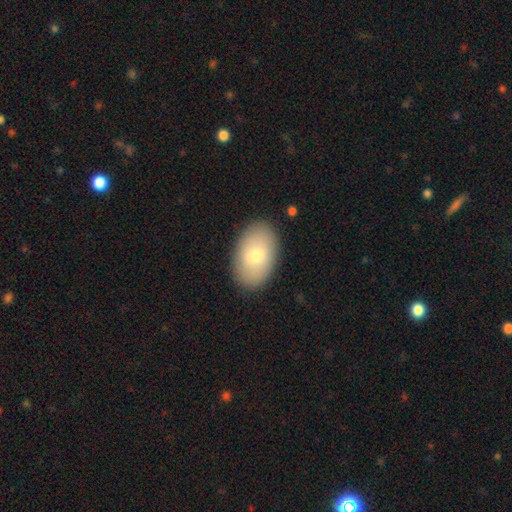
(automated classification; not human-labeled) This is likely a smooth galaxy (75%). How rounded: clearly in between (91%). Merging: clearly none (88%).